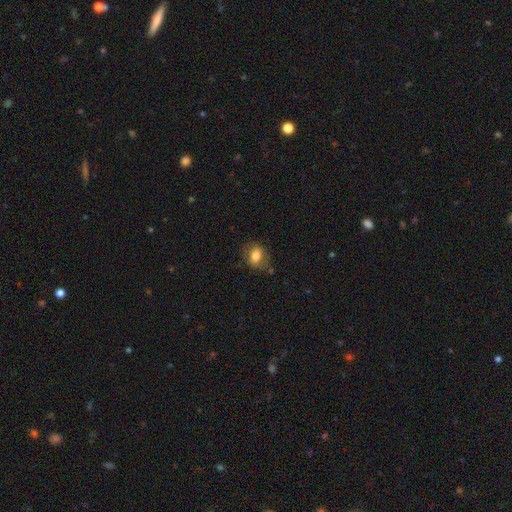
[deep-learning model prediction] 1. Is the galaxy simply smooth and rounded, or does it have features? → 73% smooth, 19% featured or disk, 9% star or artifact.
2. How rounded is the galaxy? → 61% in between, 37% round, 1% cigar-shaped.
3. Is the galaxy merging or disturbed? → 66% none, 22% minor disturbance, 9% major disturbance, 3% merger.